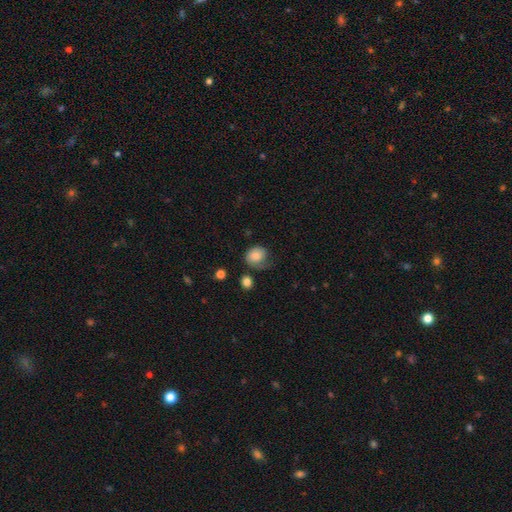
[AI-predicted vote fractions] smooth-or-featured: smooth: 77% | featured or disk: 15% | star or artifact: 8%
  how-rounded: round: 63% | in between: 36% | cigar-shaped: 1%
  merging: none: 42% | minor disturbance: 33% | major disturbance: 22% | merger: 4%